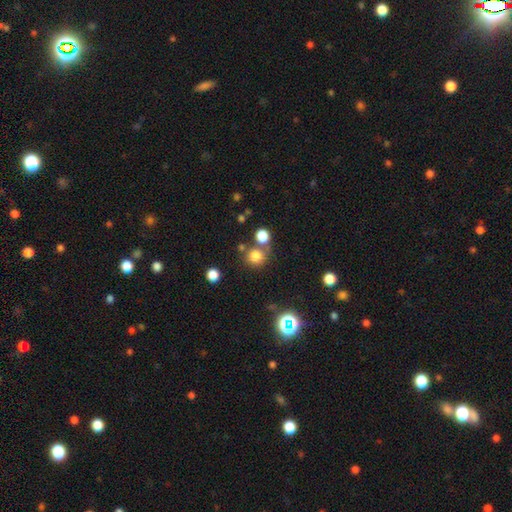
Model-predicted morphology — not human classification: A smooth galaxy with no disk features (78%) that is round (90%).

Vote fractions:
- Smooth or featured? smooth: 78% / star or artifact: 16% / featured or disk: 6%
- How rounded? round: 90% / in between: 10% / cigar-shaped: 1%
- Merging? none: 67% / merger: 20% / minor disturbance: 9% / major disturbance: 4%